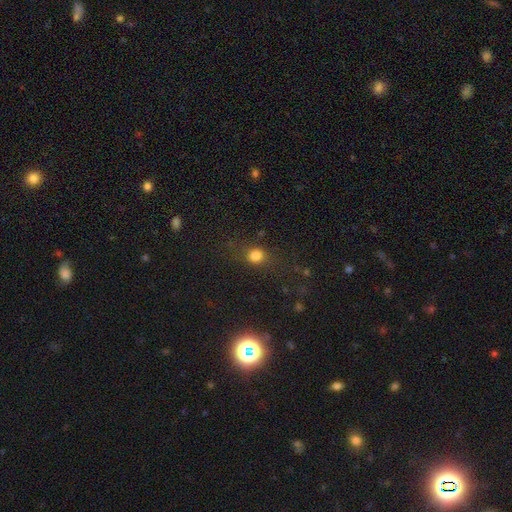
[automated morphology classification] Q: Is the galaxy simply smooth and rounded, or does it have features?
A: smooth — 76%.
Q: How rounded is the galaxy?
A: round — 72%.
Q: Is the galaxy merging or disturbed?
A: none — 75%.